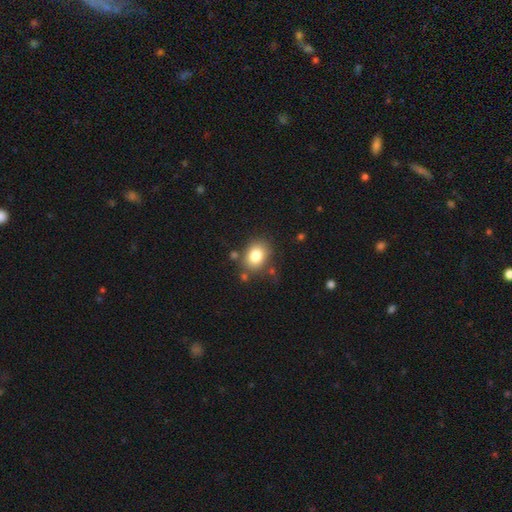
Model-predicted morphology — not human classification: smooth 81%, star or artifact 10%, featured or disk 9%. Down the decision tree: how rounded — in between (56%); merging — none (77%).